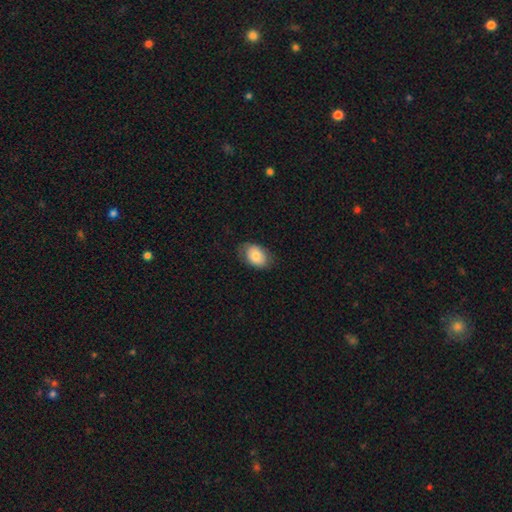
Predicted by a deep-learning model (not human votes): A smooth galaxy with no disk features (77%) that is in between round and cigar-shaped (81%). Merging: none (72%).